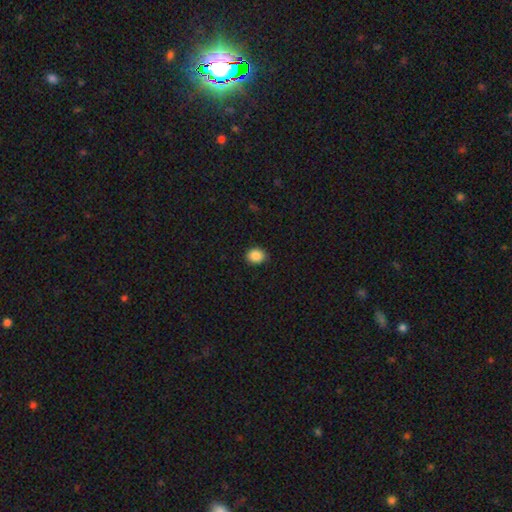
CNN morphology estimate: A smooth galaxy with no disk features (87%) that is round (53%).

Vote fractions:
- Smooth or featured? smooth: 87% / star or artifact: 9% / featured or disk: 4%
- How rounded? round: 53% / in between: 47% / cigar-shaped: 1%
- Merging? none: 88% / minor disturbance: 9% / major disturbance: 2% / merger: 1%